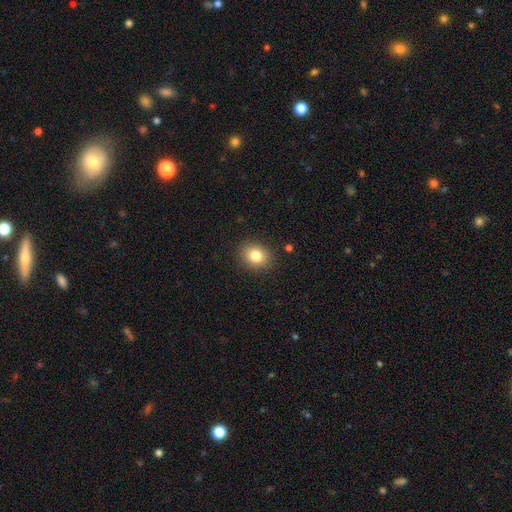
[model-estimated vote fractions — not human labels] The model was most divided on "how rounded": round: 61%, in between: 38%, cigar-shaped: 1%. More confident: merging — none (89%); smooth or featured — smooth (81%).